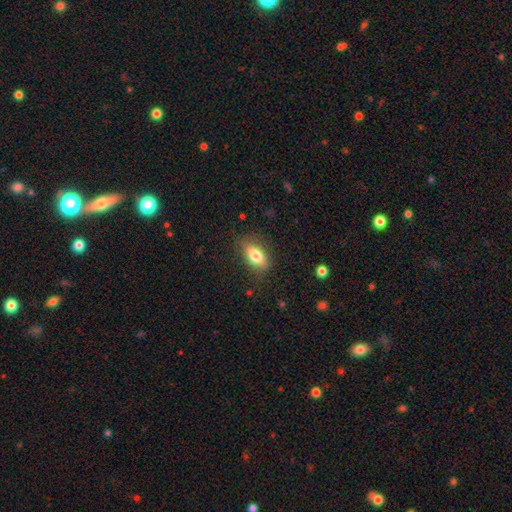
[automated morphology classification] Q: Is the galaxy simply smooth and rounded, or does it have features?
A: smooth — 76%.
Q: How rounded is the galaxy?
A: in between — 85%.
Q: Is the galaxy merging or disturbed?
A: none — 80%.